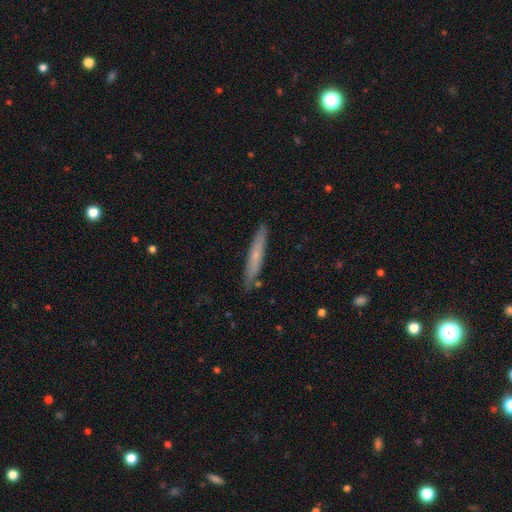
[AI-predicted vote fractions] Smooth or featured? Predicted: smooth (p=0.57). How rounded? Predicted: cigar-shaped (p=0.94). Merging? Predicted: none (p=0.86).